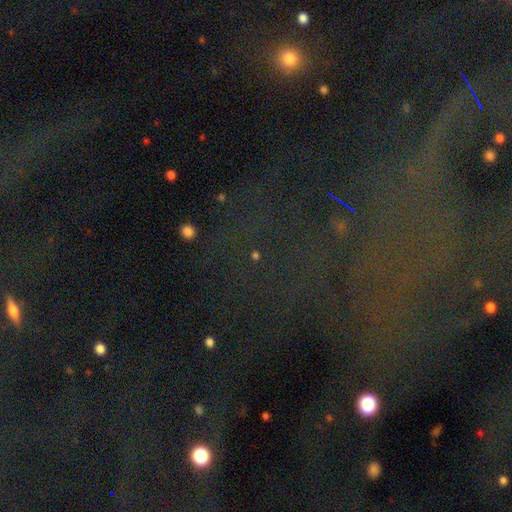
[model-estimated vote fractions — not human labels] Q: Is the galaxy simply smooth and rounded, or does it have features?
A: star or artifact — 67%.